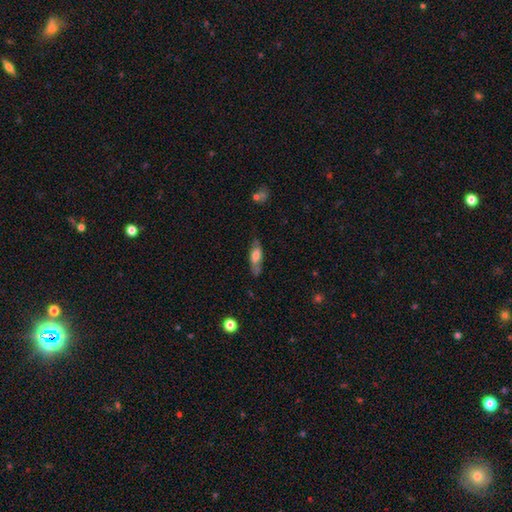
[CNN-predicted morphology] Smooth or featured? Predicted: smooth (p=0.56). How rounded? Predicted: in between (p=0.59). Merging? Predicted: none (p=0.70).